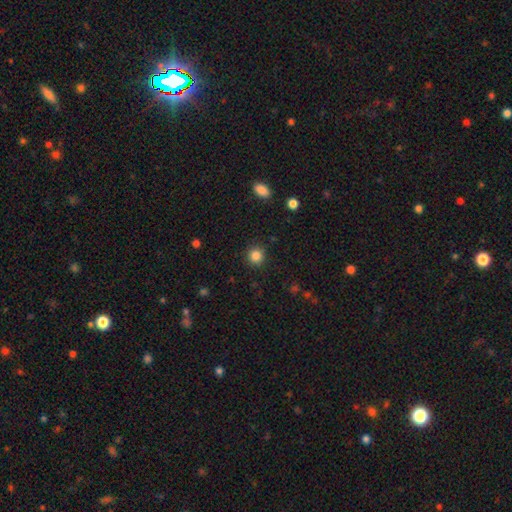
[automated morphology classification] Q: Smooth or featured?
A: smooth (85%); runner-up: star or artifact (11%)
Q: How rounded?
A: round (92%); runner-up: in between (7%)
Q: Merging?
A: none (90%); runner-up: minor disturbance (6%)